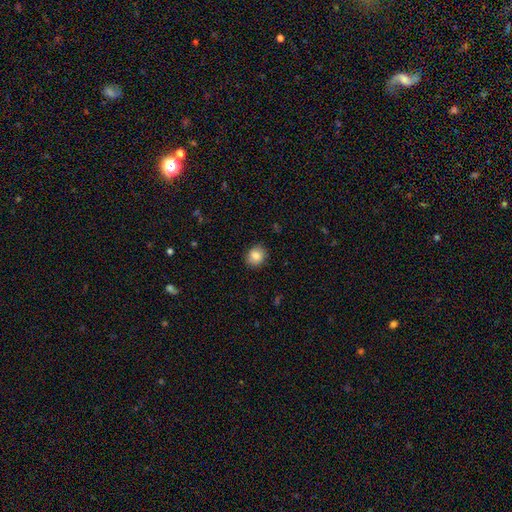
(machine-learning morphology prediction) The model was most divided on "how rounded": round: 69%, in between: 30%, cigar-shaped: 1%. More confident: merging — none (88%); smooth or featured — smooth (84%).